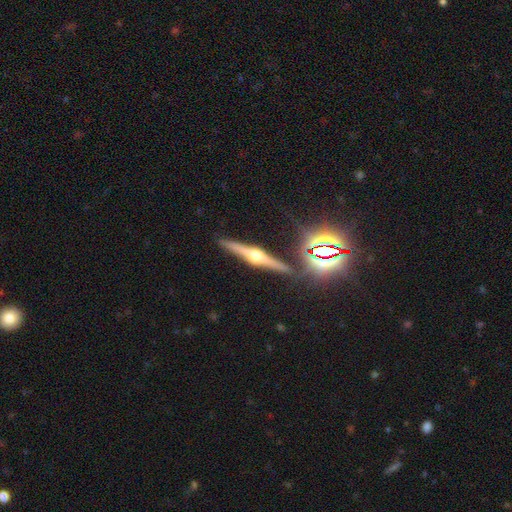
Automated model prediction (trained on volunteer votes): Smooth or featured: featured or disk — 79% (smooth — 11%)
Edge-on disk: yes — 98% (no — 2%)
Edge-on bulge: rounded — 93% (boxy — 5%)
Merging: none — 88% (minor disturbance — 7%)